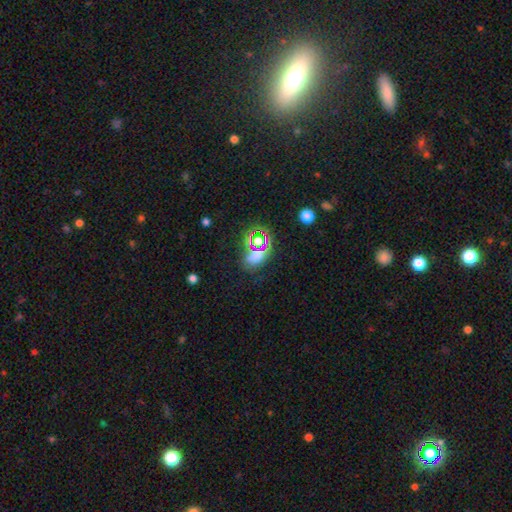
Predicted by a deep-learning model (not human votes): The model was most divided on "smooth or featured": smooth: 47%, star or artifact: 41%, featured or disk: 12%. More confident: merging — none (65%).